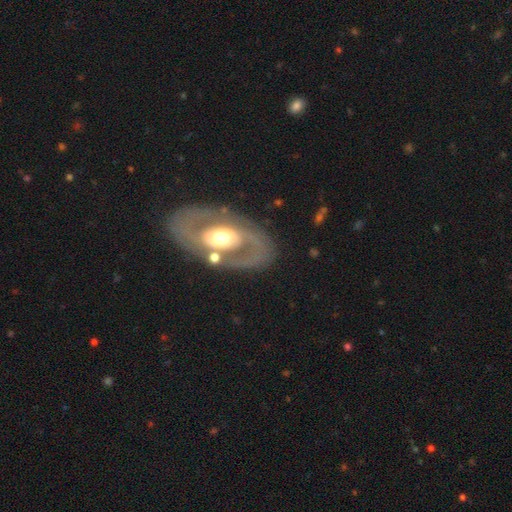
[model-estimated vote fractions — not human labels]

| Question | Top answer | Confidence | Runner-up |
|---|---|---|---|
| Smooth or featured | featured or disk | 79% | smooth (16%) |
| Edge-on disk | no | 94% | yes (6%) |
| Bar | no | 58% | weak (26%) |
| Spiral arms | yes | 62% | no (38%) |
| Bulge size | moderate | 66% | large (18%) |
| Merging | none | 78% | minor disturbance (13%) |